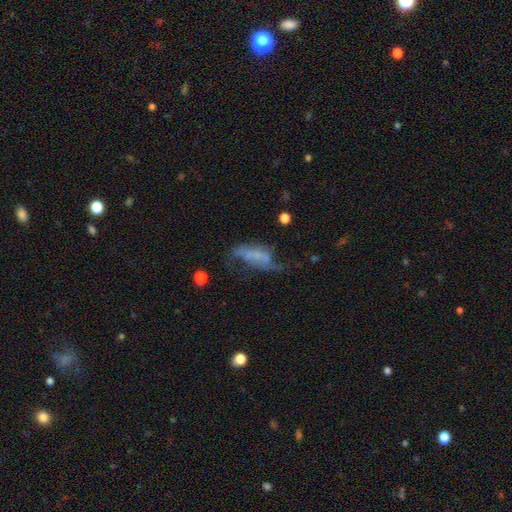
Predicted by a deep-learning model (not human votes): Smooth or featured? featured or disk (50%)
Edge-on disk? no (83%)
Merging? major disturbance (40%)